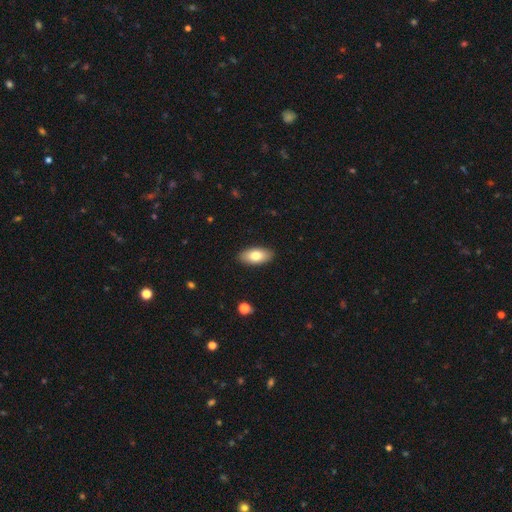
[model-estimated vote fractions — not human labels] Overall: smooth (78%). How rounded: in between (92%). Merging: none (89%).